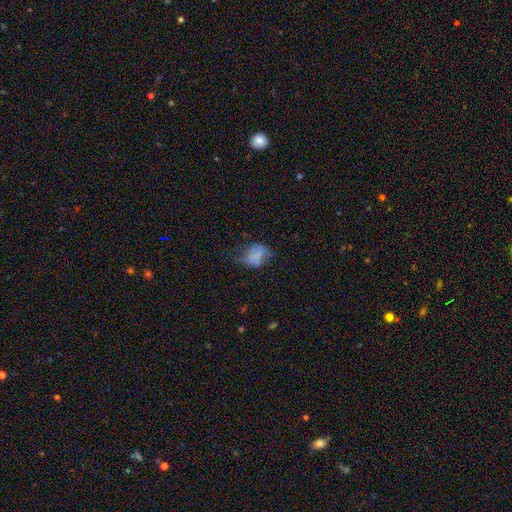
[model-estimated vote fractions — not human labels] This is likely a smooth galaxy (62%). How rounded: likely in between (75%). Merging: marginally none (37%).